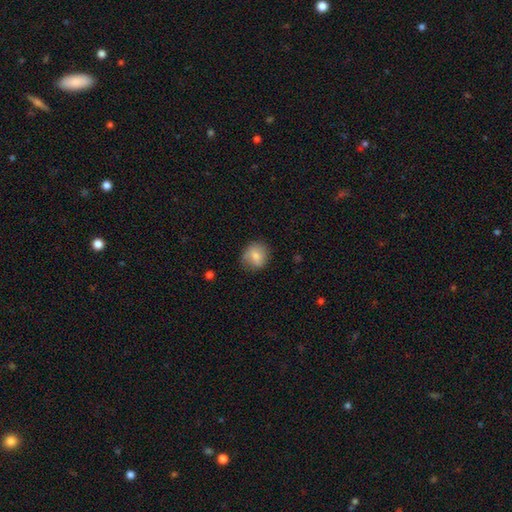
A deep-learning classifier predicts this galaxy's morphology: Smooth or featured?
  - smooth: 80% *
  - featured or disk: 12%
  - star or artifact: 8%
How rounded?
  - round: 79% *
  - in between: 20%
  - cigar-shaped: 1%
Merging?
  - none: 76% *
  - minor disturbance: 18%
  - major disturbance: 4%
  - merger: 1%